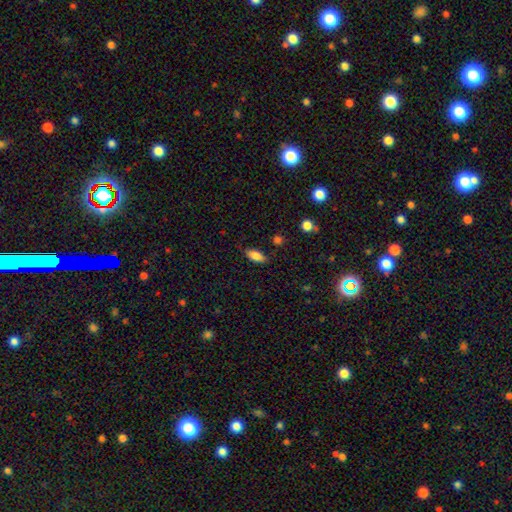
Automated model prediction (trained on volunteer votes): The model was most divided on "merging": none: 80%, minor disturbance: 15%, major disturbance: 3%, merger: 2%. More confident: how rounded — in between (86%); smooth or featured — smooth (85%).